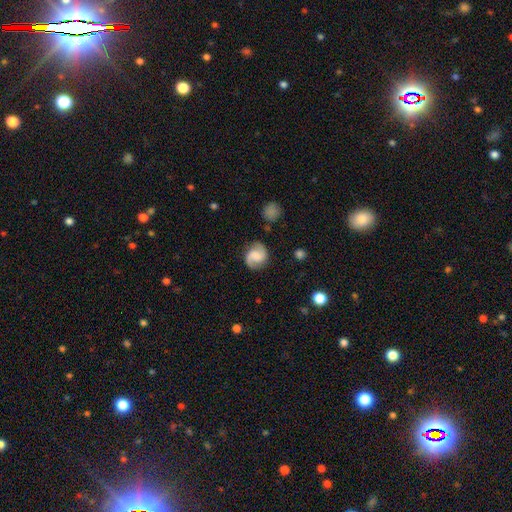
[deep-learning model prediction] smooth-or-featured: featured or disk: 73% | smooth: 21% | star or artifact: 7%
  disk-edge-on: no: 98% | yes: 2%
    bar: no: 44% | weak: 43% | strong: 12%
    has-spiral-arms: yes: 96% | no: 4%
      spiral-winding: medium: 50% | loose: 29% | tight: 21%
      spiral-arm-count: 2: 91% | can't tell: 3% | 1: 3% | 3: 1% | 4: 1% | more than 4: 1%
    bulge-size: none: 39% | moderate: 24% | small: 20% | large: 14% | dominant: 3%
  merging: none: 81% | minor disturbance: 13% | major disturbance: 5% | merger: 2%